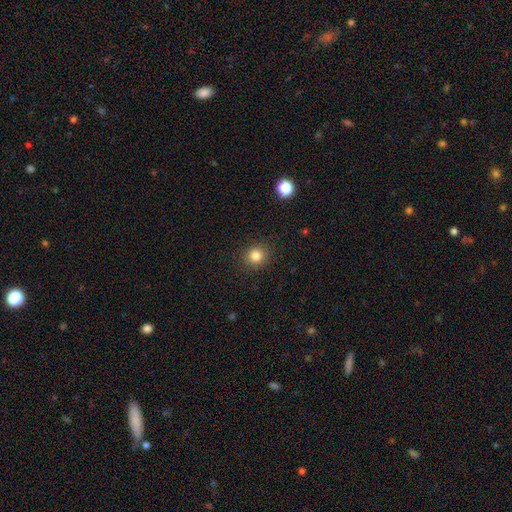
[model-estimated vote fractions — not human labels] This is clearly a smooth galaxy (82%). How rounded: clearly round (90%). Merging: clearly none (91%).